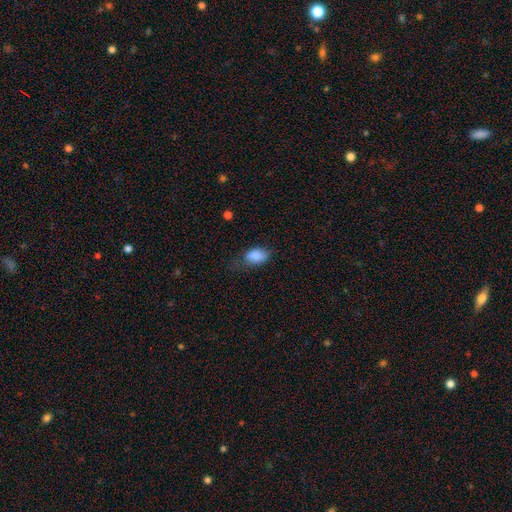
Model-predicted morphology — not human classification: This appears to be a smooth galaxy with no disk features (85%) that is in between round and cigar-shaped (89%). Merging: none (51%).